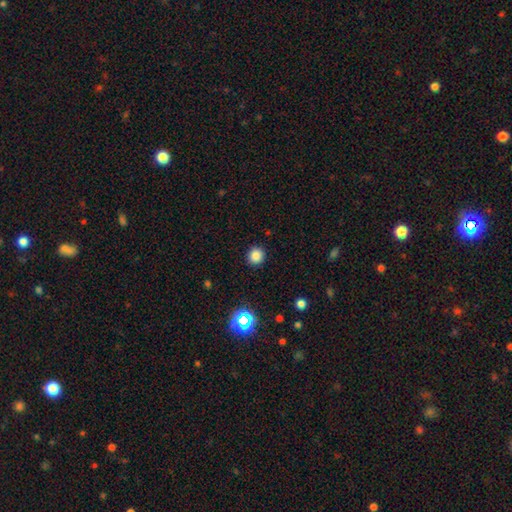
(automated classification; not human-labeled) Morphology: type=smooth (82%); roundness=round (92%); merging=none (91%).